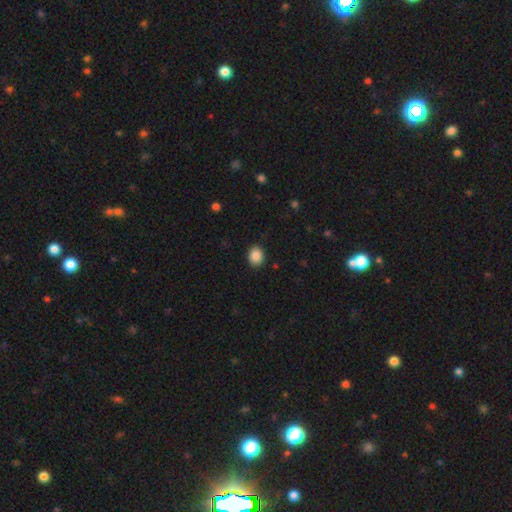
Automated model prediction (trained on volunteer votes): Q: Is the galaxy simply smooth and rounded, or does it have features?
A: smooth — 88%.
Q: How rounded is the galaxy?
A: in between — 51%.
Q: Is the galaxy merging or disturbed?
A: none — 90%.